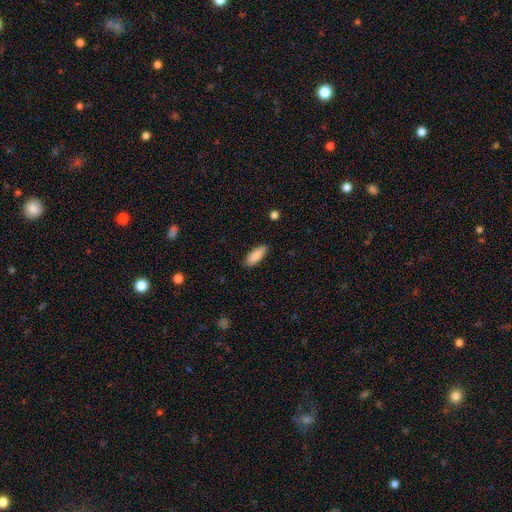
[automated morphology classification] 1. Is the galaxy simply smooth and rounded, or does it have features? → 89% smooth, 6% star or artifact, 5% featured or disk.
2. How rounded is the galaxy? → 72% in between, 26% cigar-shaped, 2% round.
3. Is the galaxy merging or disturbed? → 84% none, 13% minor disturbance, 2% major disturbance, 1% merger.